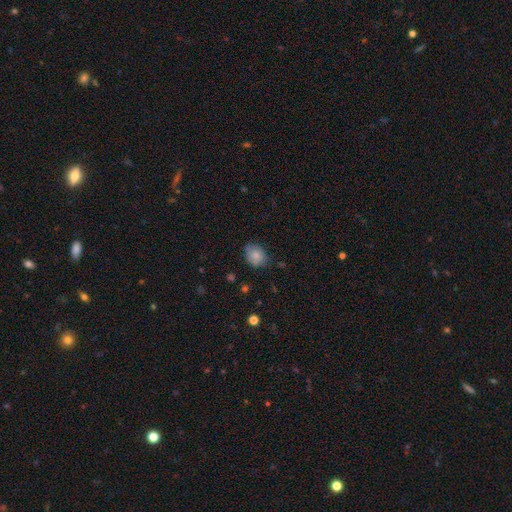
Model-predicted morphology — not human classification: Smooth or featured? Predicted: smooth (p=0.81). How rounded? Predicted: round (p=0.53). Merging? Predicted: none (p=0.70).